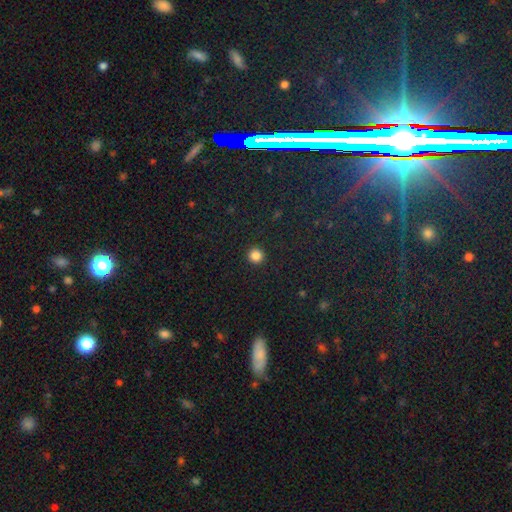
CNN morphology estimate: This is clearly a smooth galaxy (85%). How rounded: clearly round (94%). Merging: clearly none (93%).